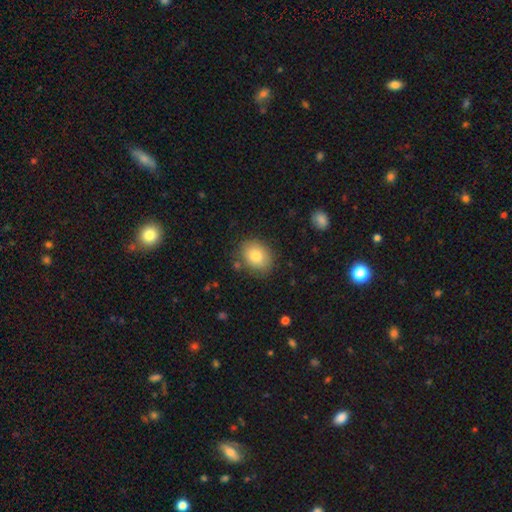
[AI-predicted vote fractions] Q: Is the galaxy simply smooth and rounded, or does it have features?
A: smooth — 82%.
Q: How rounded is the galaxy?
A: in between — 59%.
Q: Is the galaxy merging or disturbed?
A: none — 82%.